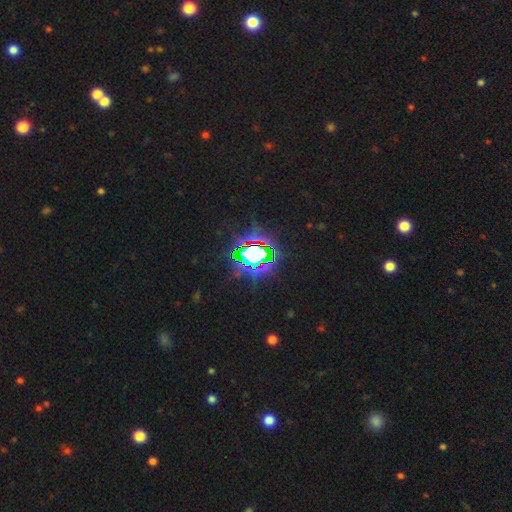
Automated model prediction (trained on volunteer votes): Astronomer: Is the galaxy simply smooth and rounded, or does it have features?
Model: star or artifact — 77%.